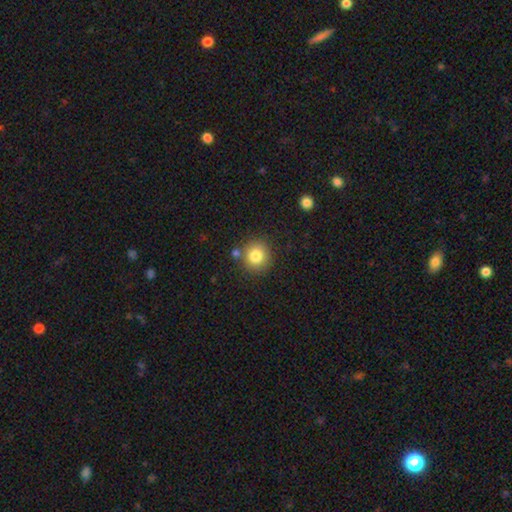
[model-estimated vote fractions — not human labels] Q: Smooth or featured?
A: smooth (82%); runner-up: star or artifact (11%)
Q: How rounded?
A: round (89%); runner-up: in between (10%)
Q: Merging?
A: none (79%); runner-up: minor disturbance (9%)